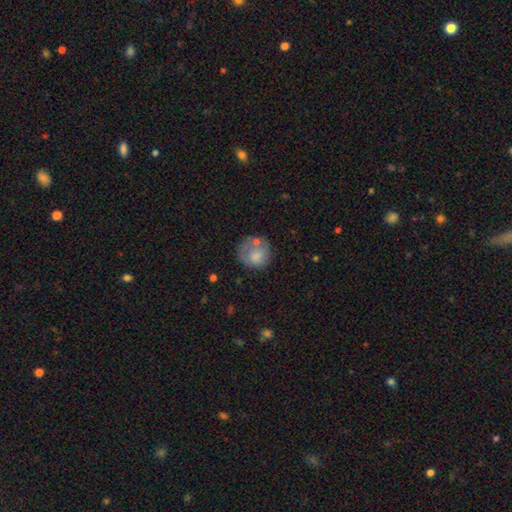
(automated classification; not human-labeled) smooth_or_featured: smooth (p=0.68) [alt: featured or disk p=0.23]
how_rounded: round (p=0.85) [alt: in between p=0.14]
merging: none (p=0.53) [alt: minor disturbance p=0.23]